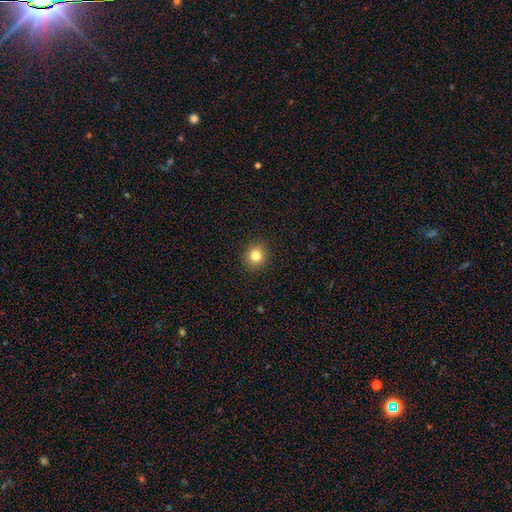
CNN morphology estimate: A smooth galaxy with no disk features (82%) that is round (88%).

Vote fractions:
- Smooth or featured? smooth: 82% / star or artifact: 12% / featured or disk: 6%
- How rounded? round: 88% / in between: 11% / cigar-shaped: 1%
- Merging? none: 92% / minor disturbance: 6% / major disturbance: 2% / merger: 1%